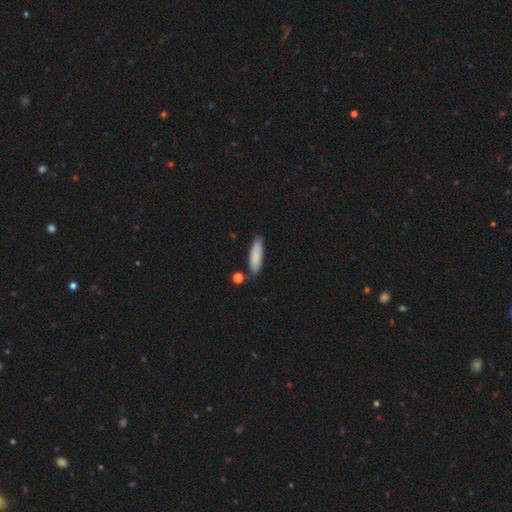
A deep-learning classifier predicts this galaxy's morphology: This is clearly a smooth galaxy (84%). How rounded: likely cigar-shaped (60%). Merging: likely none (79%).